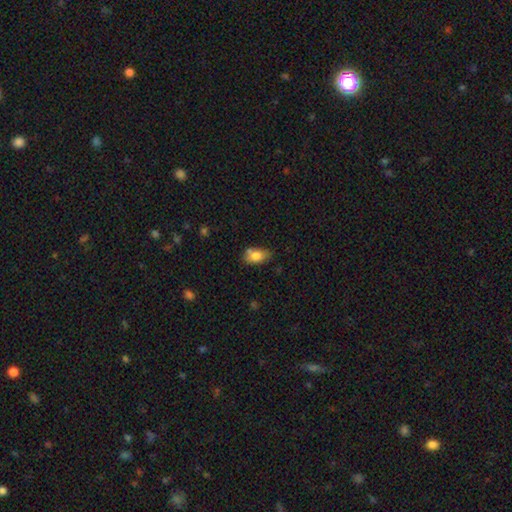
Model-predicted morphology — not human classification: This is likely a smooth galaxy (78%). How rounded: clearly in between (86%). Merging: possibly none (59%).